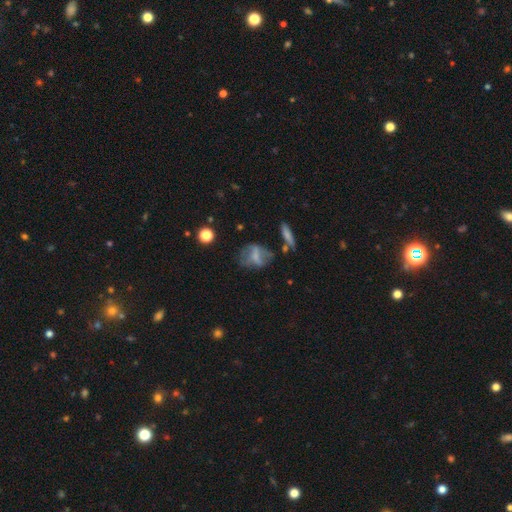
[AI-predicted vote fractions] Overall: smooth (44%, tied with featured or disk). Merging: none (49%; minor disturbance 24%).